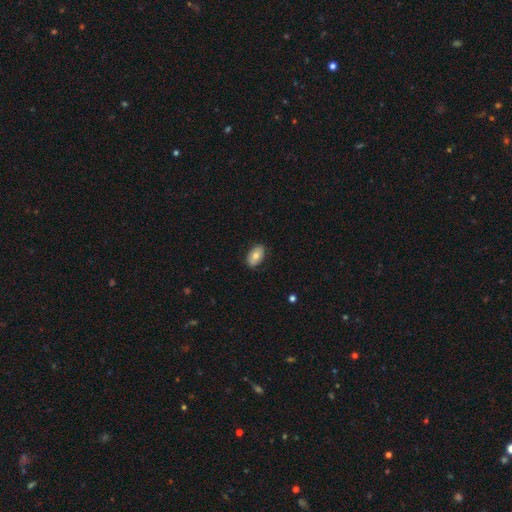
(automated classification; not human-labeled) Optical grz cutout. It shows a smooth galaxy with no disk features (70%) that is in between round and cigar-shaped (92%). Merging: none (85%).